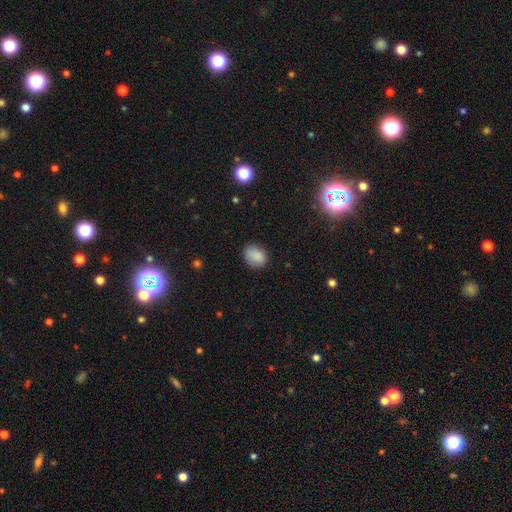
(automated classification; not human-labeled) smooth-or-featured: smooth: 87% | star or artifact: 9% | featured or disk: 4%
  how-rounded: in between: 56% | round: 43% | cigar-shaped: 1%
  merging: none: 83% | minor disturbance: 13% | major disturbance: 3% | merger: 1%